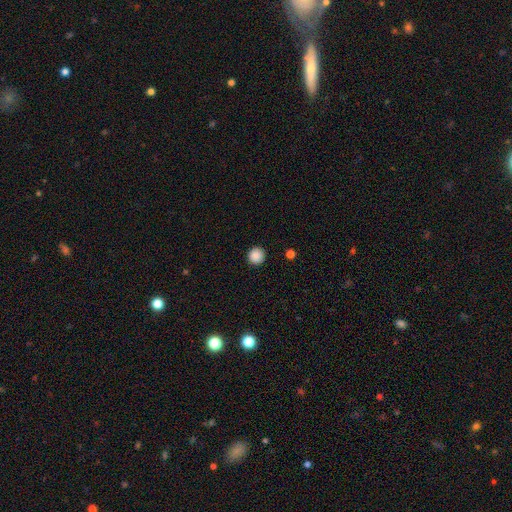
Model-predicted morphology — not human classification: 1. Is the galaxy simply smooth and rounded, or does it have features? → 88% smooth, 9% star or artifact, 2% featured or disk.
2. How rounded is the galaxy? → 95% round, 4% in between, 1% cigar-shaped.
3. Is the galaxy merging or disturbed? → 93% none, 4% minor disturbance, 2% major disturbance, 1% merger.